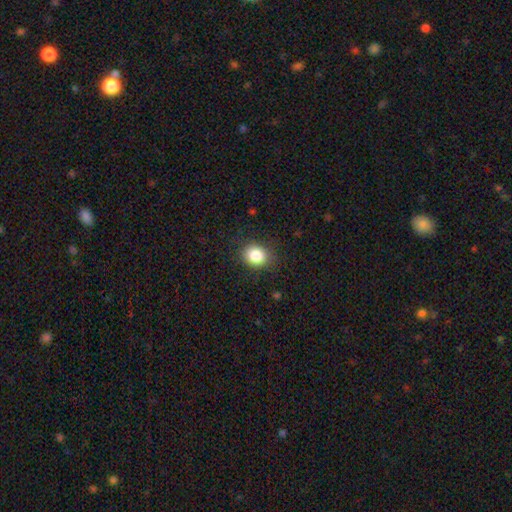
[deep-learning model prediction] The model was most divided on "how rounded": round: 68%, in between: 31%, cigar-shaped: 1%. More confident: merging — none (84%); smooth or featured — smooth (84%).